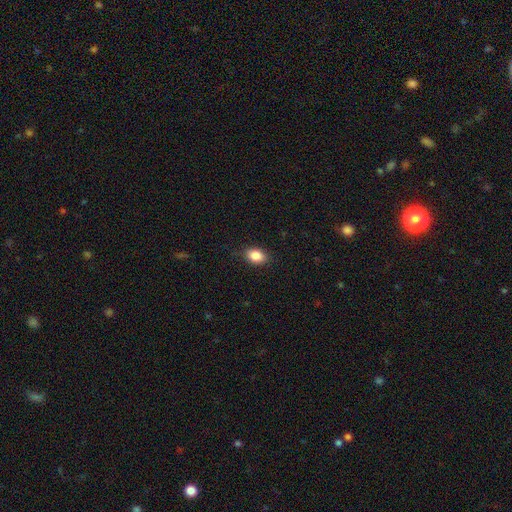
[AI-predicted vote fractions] Overall: smooth (87%). How rounded: in between (80%). Merging: none (85%).